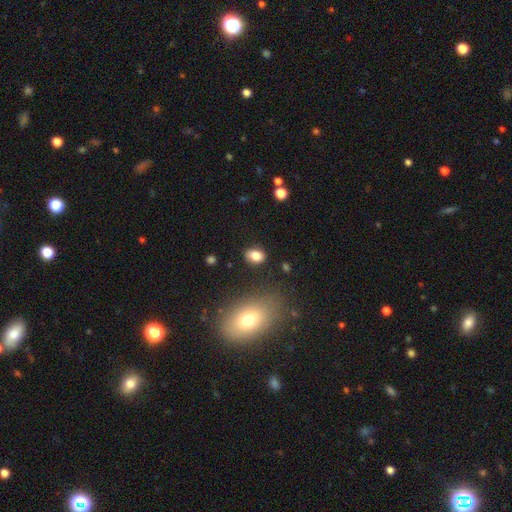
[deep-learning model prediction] The model was most divided on "how rounded": in between: 73%, round: 25%, cigar-shaped: 2%. More confident: merging — none (85%); smooth or featured — smooth (82%).